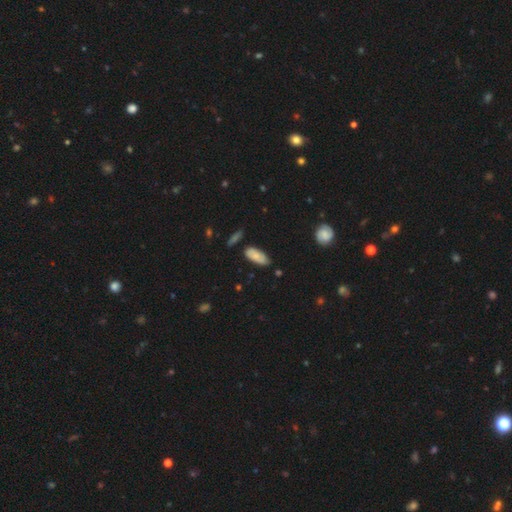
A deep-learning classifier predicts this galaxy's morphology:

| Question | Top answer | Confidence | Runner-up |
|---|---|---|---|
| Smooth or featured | smooth | 80% | featured or disk (13%) |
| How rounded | in between | 84% | cigar-shaped (14%) |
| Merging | none | 68% | minor disturbance (25%) |